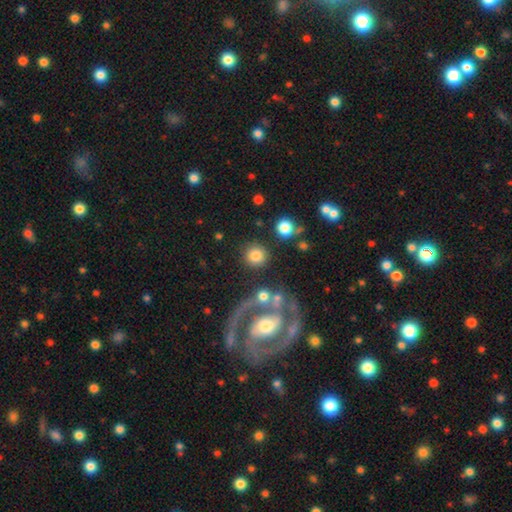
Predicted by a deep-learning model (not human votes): Smooth or featured? Predicted: smooth (p=0.81). How rounded? Predicted: round (p=0.92). Merging? Predicted: none (p=0.80).